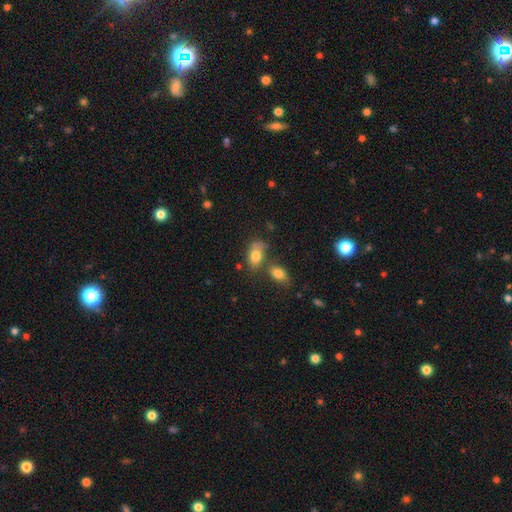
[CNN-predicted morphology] The model was most divided on "merging": none: 44%, merger: 27%, minor disturbance: 21%, major disturbance: 8%. More confident: how rounded — in between (89%); smooth or featured — smooth (78%).